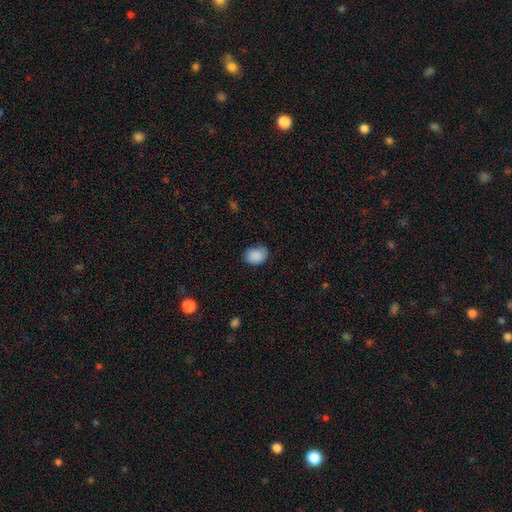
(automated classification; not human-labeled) This is clearly a smooth galaxy (89%). How rounded: likely in between (60%). Merging: likely none (74%).